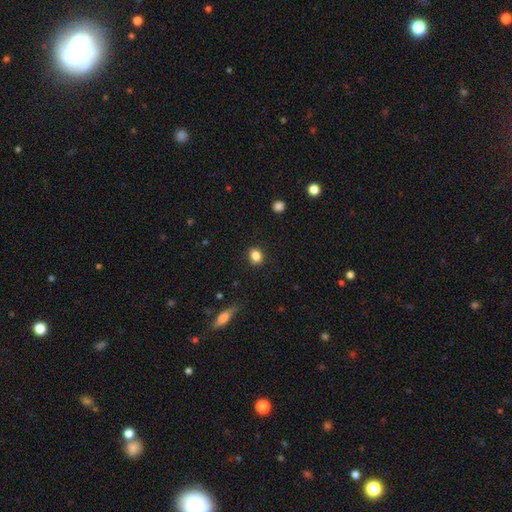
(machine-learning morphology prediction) Q: Smooth or featured?
A: smooth (85%); runner-up: star or artifact (10%)
Q: How rounded?
A: in between (52%); runner-up: round (46%)
Q: Merging?
A: none (86%); runner-up: minor disturbance (10%)